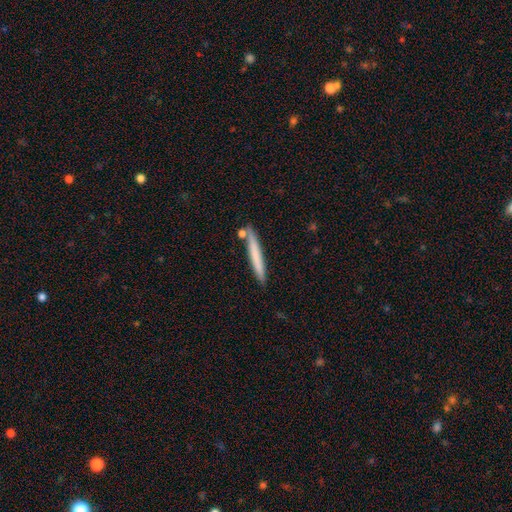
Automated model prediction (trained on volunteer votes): smooth 69%, featured or disk 25%, star or artifact 6%. Down the decision tree: how rounded — cigar-shaped (96%); merging — none (81%).